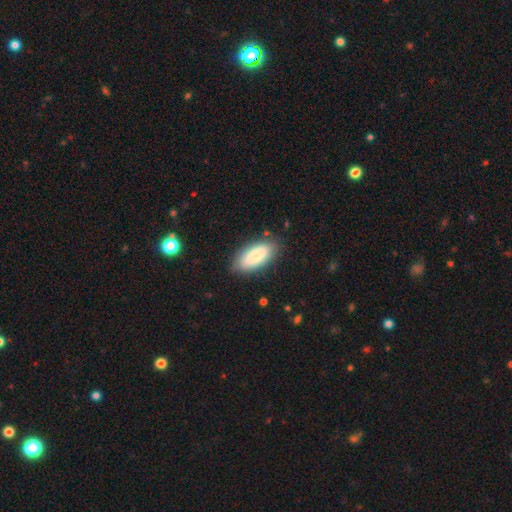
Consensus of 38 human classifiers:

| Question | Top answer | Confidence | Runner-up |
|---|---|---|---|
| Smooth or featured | smooth | 87% | featured or disk (8%) |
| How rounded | in between | 91% | cigar-shaped (6%) |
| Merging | none | 81% | minor disturbance (11%) |